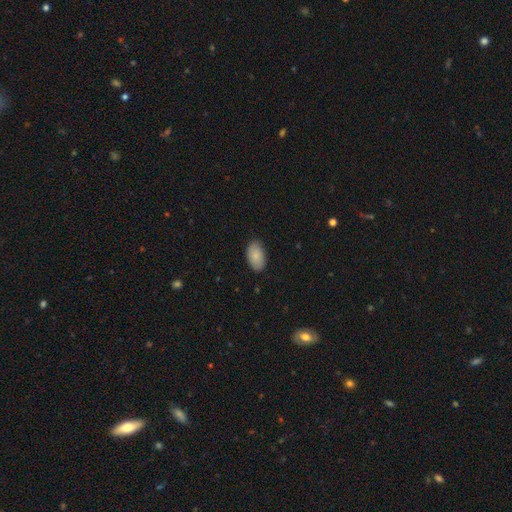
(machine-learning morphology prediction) Smooth or featured? Predicted: smooth (p=0.87). How rounded? Predicted: in between (p=0.94). Merging? Predicted: none (p=0.86).